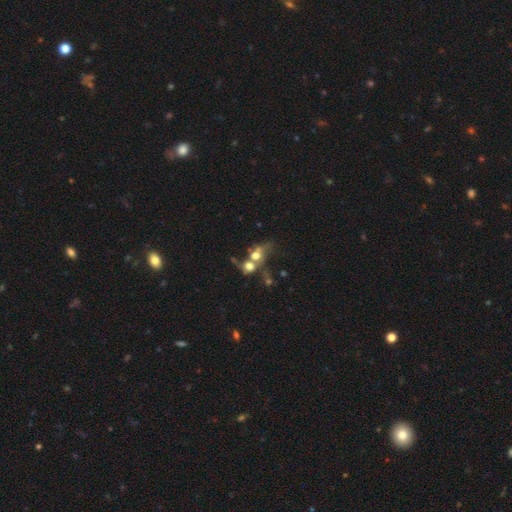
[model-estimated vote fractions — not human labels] This is possibly a smooth galaxy (55%). How rounded: possibly round (59%). Merging: likely merger (63%).